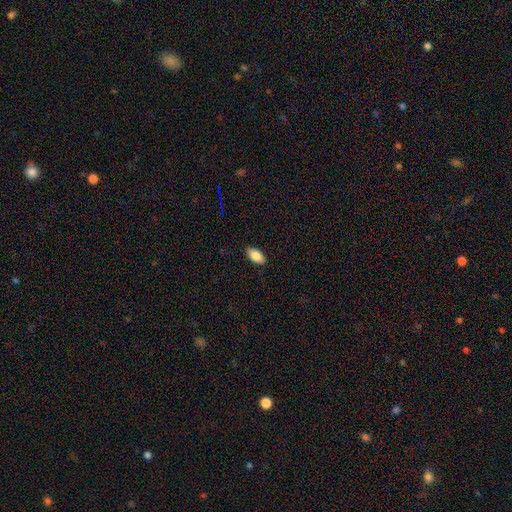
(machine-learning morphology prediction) A smooth galaxy with no disk features (85%) that is in between round and cigar-shaped (93%). Merging: none (87%).